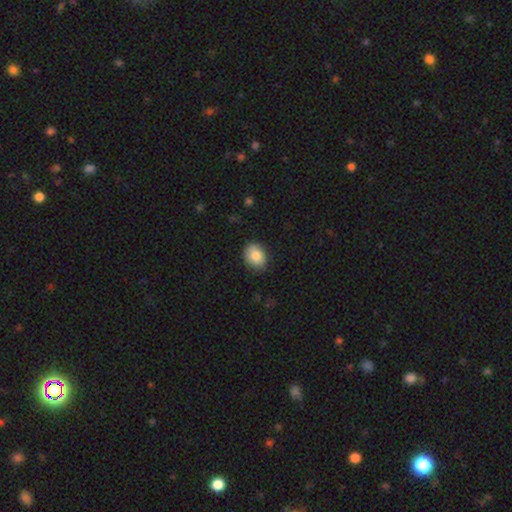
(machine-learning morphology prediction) Overall: smooth (82%). How rounded: in between (61%; round 38%). Merging: none (81%).